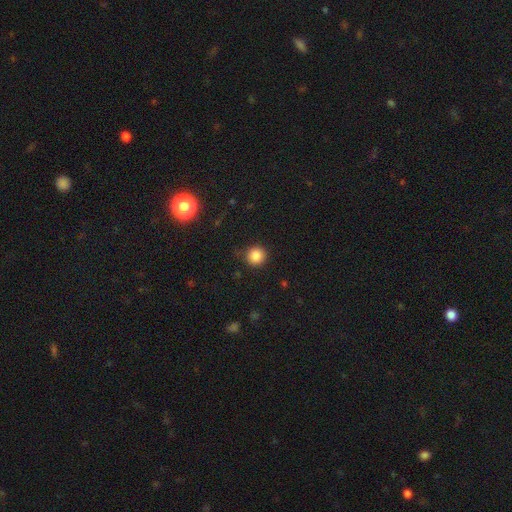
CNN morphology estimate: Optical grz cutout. It shows a smooth galaxy with no disk features (85%) that is round (93%). Merging: none (86%).